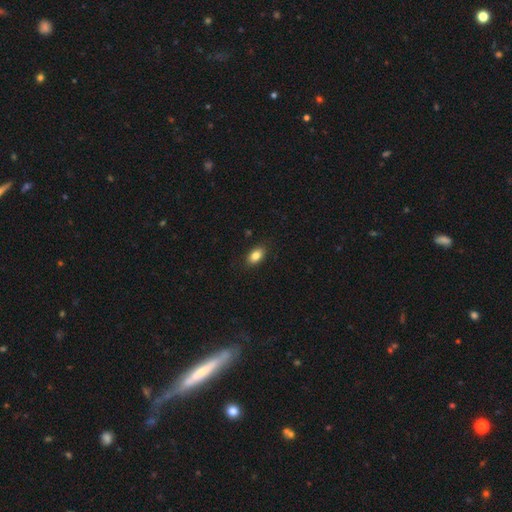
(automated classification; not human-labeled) smooth_or_featured: smooth (p=0.84) [alt: star or artifact p=0.08]
how_rounded: in between (p=0.89) [alt: round p=0.08]
merging: none (p=0.88) [alt: minor disturbance p=0.09]